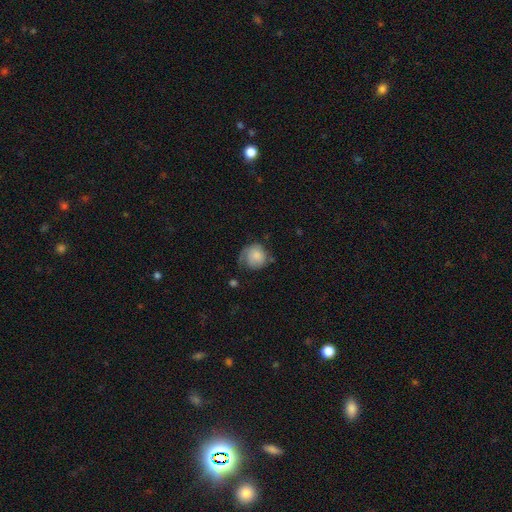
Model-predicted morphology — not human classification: Smooth or featured?
  - smooth: 64% *
  - featured or disk: 28%
  - star or artifact: 8%
How rounded?
  - round: 79% *
  - in between: 20%
  - cigar-shaped: 1%
Merging?
  - none: 43% *
  - minor disturbance: 32%
  - major disturbance: 22%
  - merger: 3%